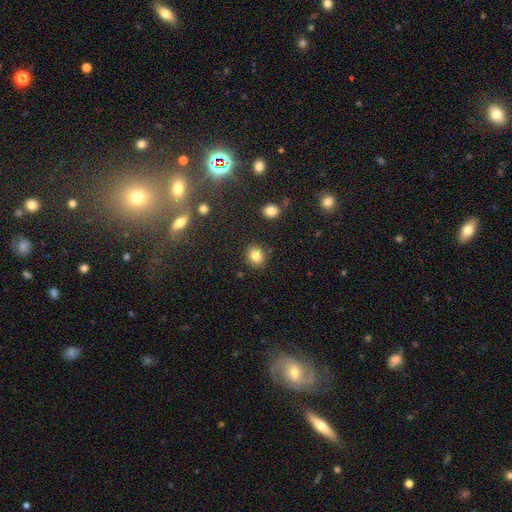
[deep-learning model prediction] Overall: smooth (81%). How rounded: round (68%; in between 31%). Merging: none (86%).